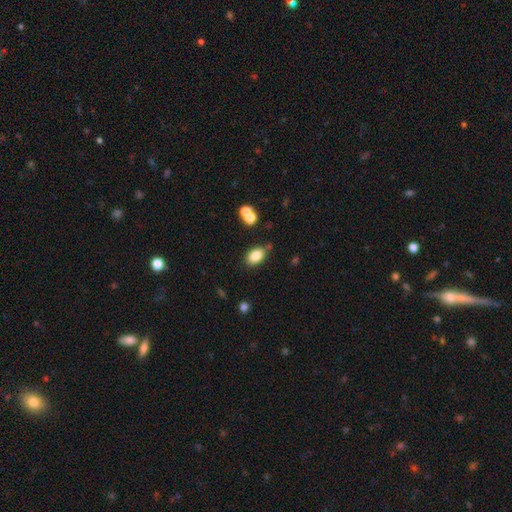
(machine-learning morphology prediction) Overall: smooth (85%). How rounded: in between (88%). Merging: none (76%).